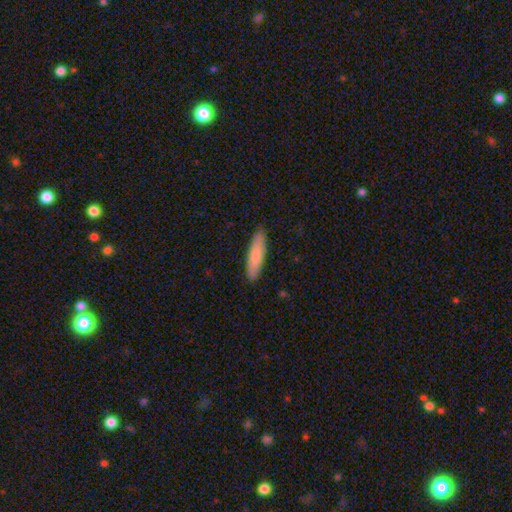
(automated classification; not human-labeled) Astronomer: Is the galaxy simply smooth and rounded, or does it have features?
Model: smooth — 81%.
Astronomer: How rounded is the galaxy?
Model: cigar-shaped — 75%.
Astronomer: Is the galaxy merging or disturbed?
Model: none — 90%.